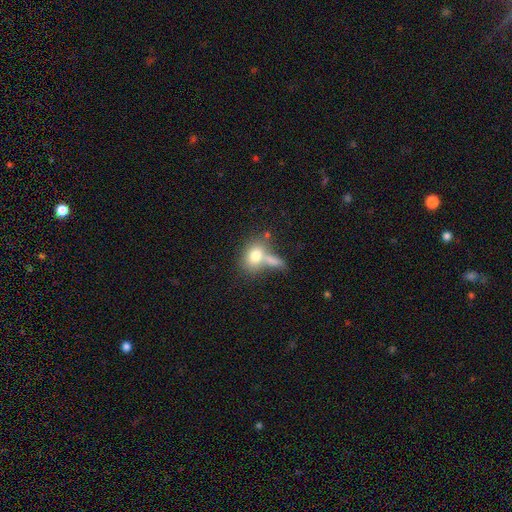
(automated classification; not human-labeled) Q: Smooth or featured?
A: smooth (75%); runner-up: featured or disk (16%)
Q: How rounded?
A: in between (65%); runner-up: round (32%)
Q: Merging?
A: merger (43%); runner-up: none (35%)